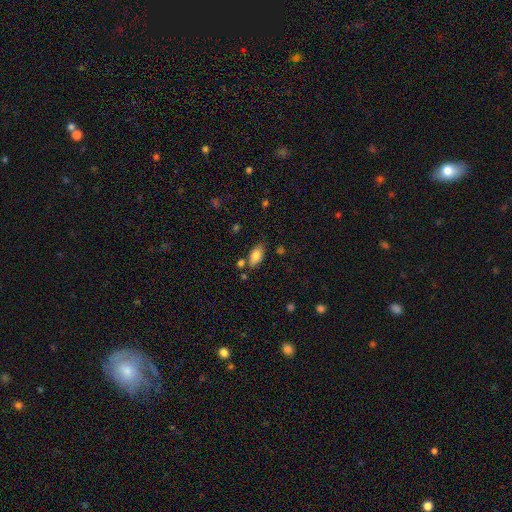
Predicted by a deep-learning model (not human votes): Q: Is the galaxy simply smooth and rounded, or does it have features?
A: smooth — 79%.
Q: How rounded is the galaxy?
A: in between — 92%.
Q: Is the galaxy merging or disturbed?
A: none — 74%.